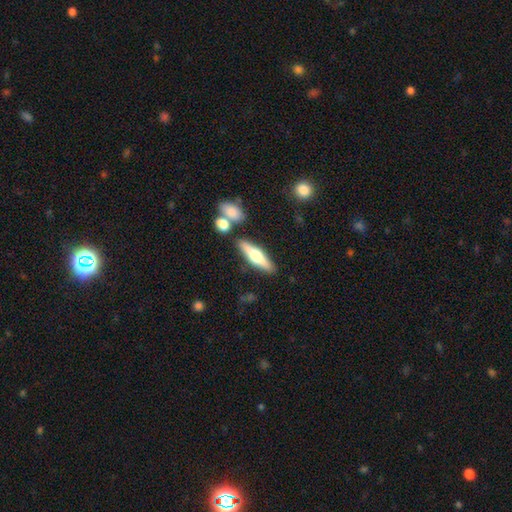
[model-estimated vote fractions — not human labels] smooth_or_featured: featured or disk (p=0.51) [alt: smooth p=0.43]
disk_edge_on: yes (p=0.93) [alt: no p=0.07]
merging: none (p=0.82) [alt: minor disturbance p=0.09]